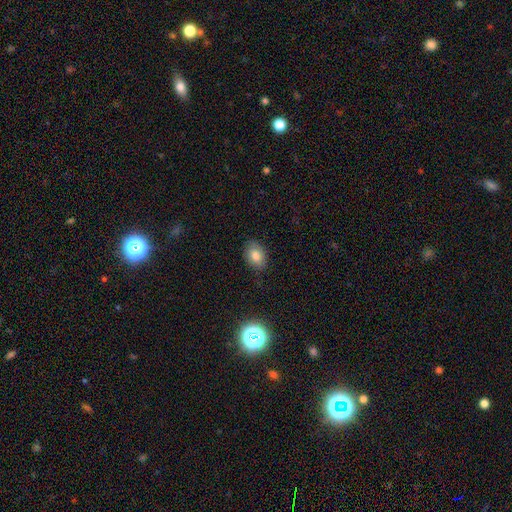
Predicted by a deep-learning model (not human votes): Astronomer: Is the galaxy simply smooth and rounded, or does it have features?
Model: smooth — 79%.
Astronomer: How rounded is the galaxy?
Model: in between — 78%.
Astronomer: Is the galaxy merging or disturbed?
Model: none — 83%.